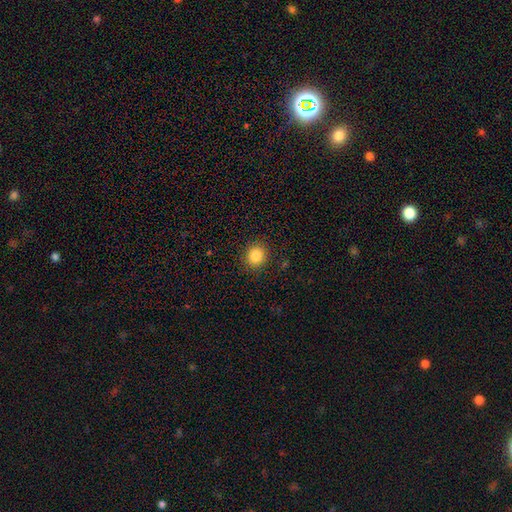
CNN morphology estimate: This is clearly a smooth galaxy (84%). How rounded: clearly round (82%). Merging: clearly none (90%).